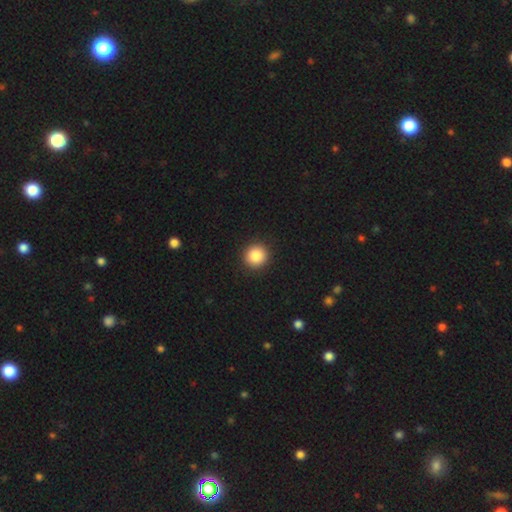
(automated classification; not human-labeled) Q: Smooth or featured?
A: smooth (86%); runner-up: star or artifact (9%)
Q: How rounded?
A: round (94%); runner-up: in between (5%)
Q: Merging?
A: none (93%); runner-up: minor disturbance (5%)